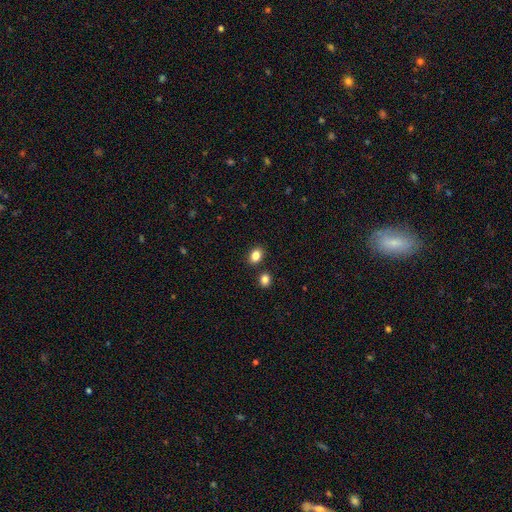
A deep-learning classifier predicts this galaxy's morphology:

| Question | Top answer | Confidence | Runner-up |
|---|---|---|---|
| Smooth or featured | smooth | 85% | star or artifact (10%) |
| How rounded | in between | 65% | round (34%) |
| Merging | none | 82% | minor disturbance (9%) |